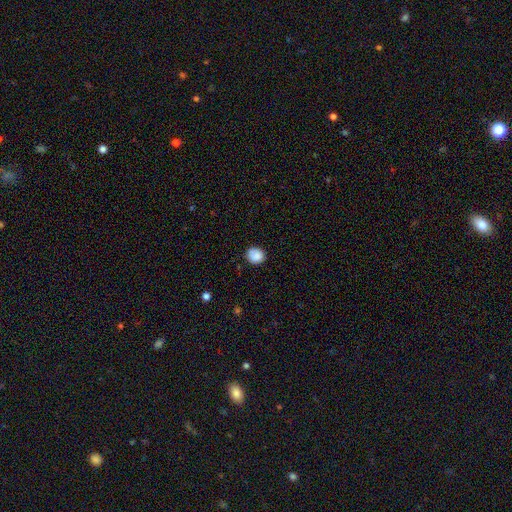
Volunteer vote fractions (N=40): A smooth galaxy with no disk features (92%) that is round (76%).

Vote fractions:
- Smooth or featured? smooth: 92% / star or artifact: 5% / featured or disk: 2%
- How rounded? round: 76% / in between: 22% / cigar-shaped: 3%
- Merging? none: 89% / minor disturbance: 5% / major disturbance: 5% / merger: 0%